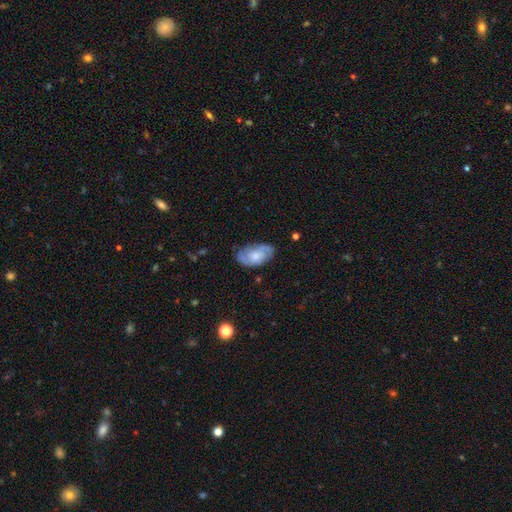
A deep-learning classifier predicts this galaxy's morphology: Smooth or featured? featured or disk (59%)
Edge-on disk? no (95%)
Bar? no (73%)
Spiral arms? yes (84%)
Bulge size? moderate (43%)
Merging? none (72%)